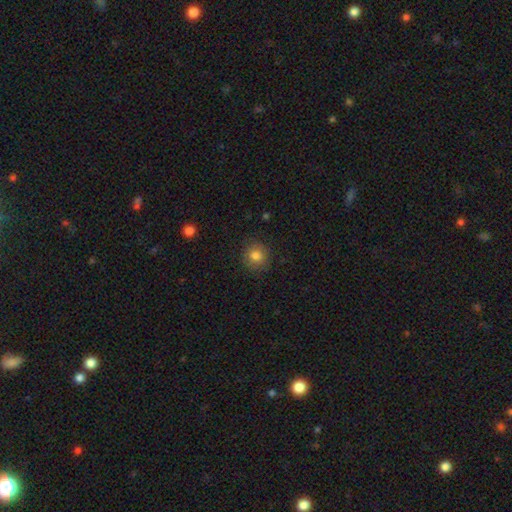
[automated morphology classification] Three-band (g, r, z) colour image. It shows a smooth galaxy with no disk features (82%) that is round (89%). Merging: none (87%).